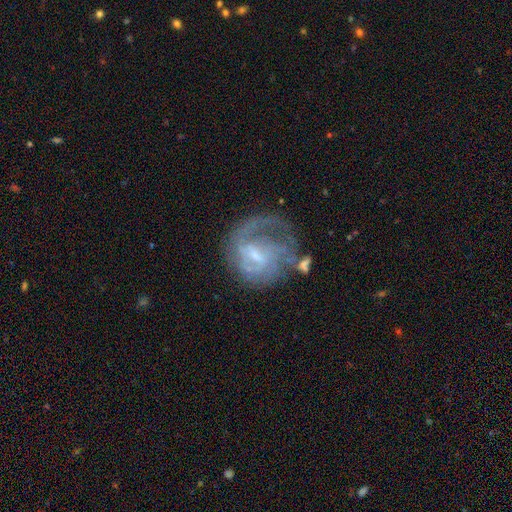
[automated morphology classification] A featured or disk galaxy (74%) with a weak bar (55%), tight (39%) spiral arms (75%) and a small central bulge (46%). Merging: none (39%).